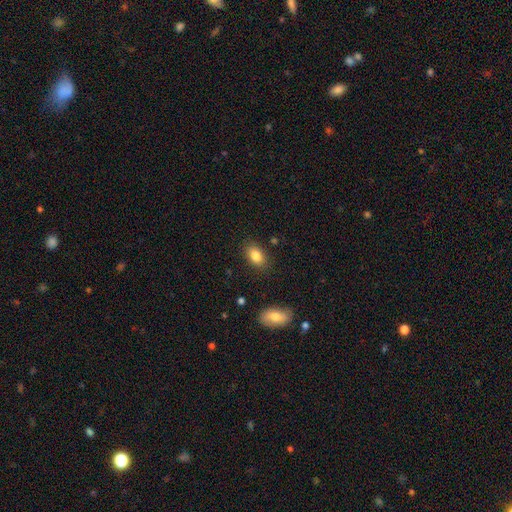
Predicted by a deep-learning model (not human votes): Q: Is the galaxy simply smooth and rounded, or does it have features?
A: smooth — 83%.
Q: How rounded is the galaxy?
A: in between — 85%.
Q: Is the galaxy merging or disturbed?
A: none — 85%.